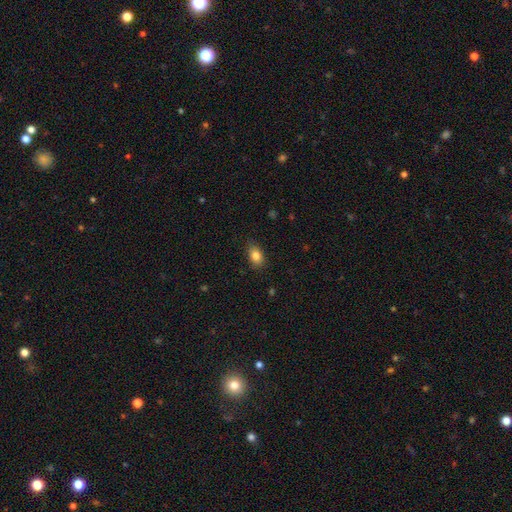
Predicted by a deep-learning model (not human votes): smooth 84%, star or artifact 9%, featured or disk 7%. Down the decision tree: how rounded — in between (83%); merging — none (83%).